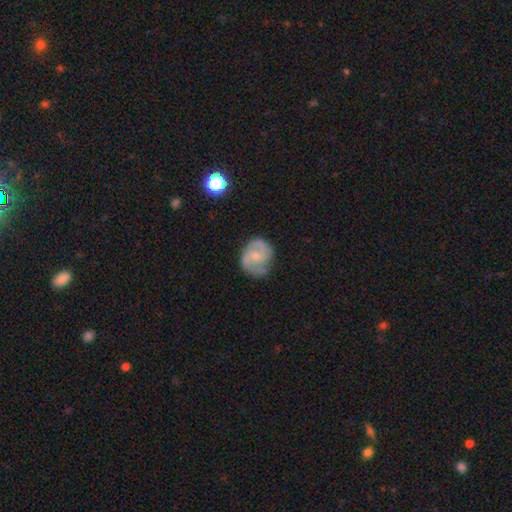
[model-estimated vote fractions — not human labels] Smooth or featured: featured or disk — 68% (smooth — 25%)
Edge-on disk: no — 98% (yes — 2%)
Bar: no — 61% (weak — 34%)
Spiral arms: yes — 89% (no — 11%)
Spiral winding: medium — 48% (tight — 32%)
Spiral arm count: 2 — 71% (can't tell — 13%)
Bulge size: small — 56% (moderate — 36%)
Merging: none — 64% (minor disturbance — 25%)